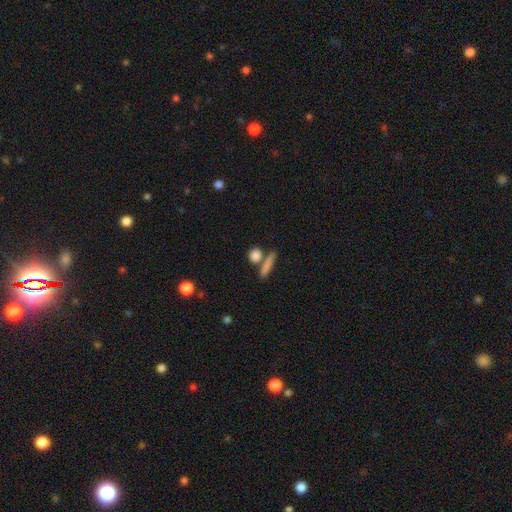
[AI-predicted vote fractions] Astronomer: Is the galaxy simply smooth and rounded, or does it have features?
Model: smooth — 82%.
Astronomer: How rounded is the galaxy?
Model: round — 56%.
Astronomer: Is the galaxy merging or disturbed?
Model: none — 68%.